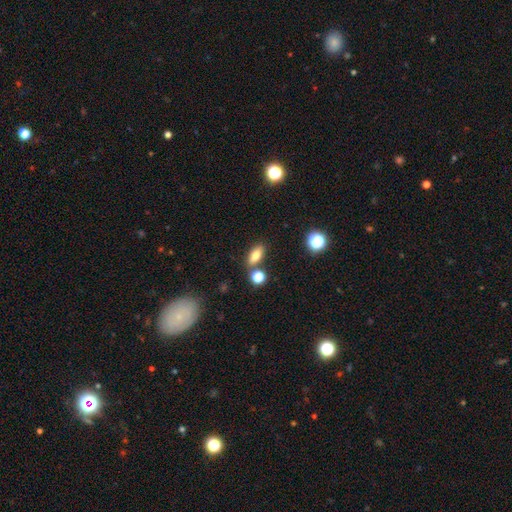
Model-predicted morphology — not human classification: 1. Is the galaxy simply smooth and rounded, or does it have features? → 76% smooth, 13% featured or disk, 11% star or artifact.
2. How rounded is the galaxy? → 80% in between, 11% cigar-shaped, 9% round.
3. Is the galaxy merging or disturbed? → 75% none, 11% merger, 11% minor disturbance, 3% major disturbance.